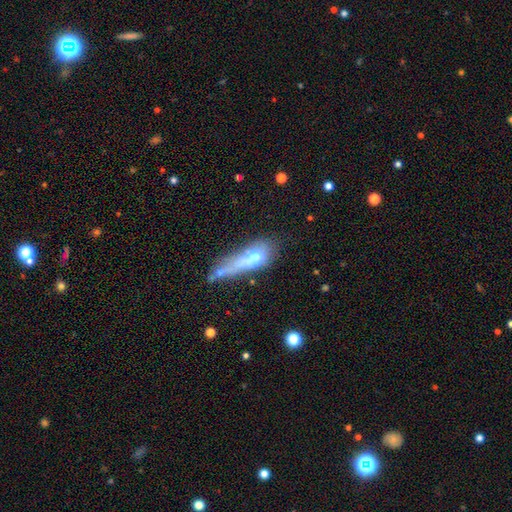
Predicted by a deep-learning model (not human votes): Smooth or featured: smooth — 54% (featured or disk — 34%)
How rounded: cigar-shaped — 48% (in between — 46%)
Merging: major disturbance — 34% (merger — 26%)